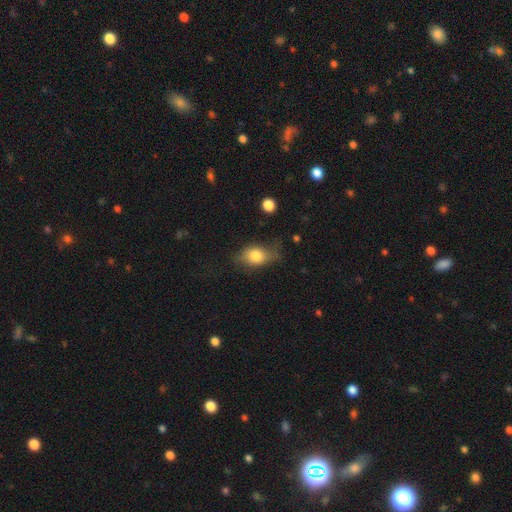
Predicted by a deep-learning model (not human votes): This is likely a smooth galaxy (75%). How rounded: likely in between (72%). Merging: possibly none (53%).